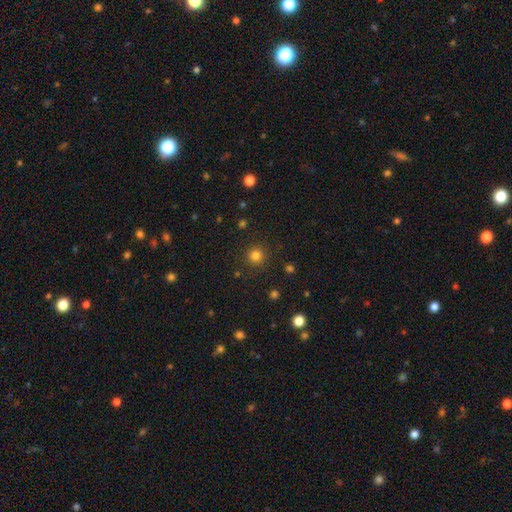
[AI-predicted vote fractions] smooth 80%, star or artifact 15%, featured or disk 5%. Down the decision tree: how rounded — round (94%); merging — none (90%).